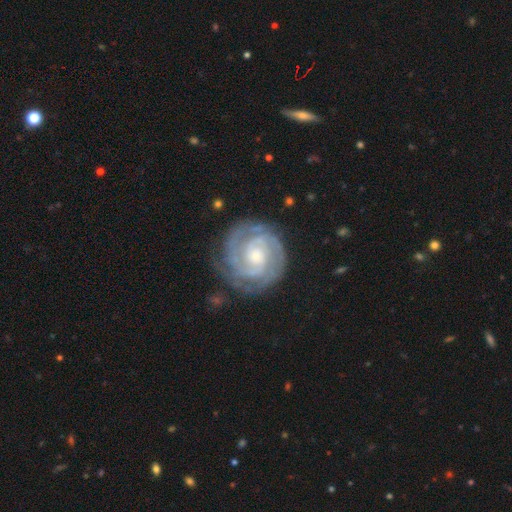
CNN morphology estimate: A featured or disk galaxy (89%) with no bar (65%), 2 (44%) tight (76%) spiral arms (98%) and a small central bulge (55%).

Vote fractions:
- Smooth or featured? featured or disk: 89% / smooth: 6% / star or artifact: 4%
- Edge-on disk? no: 98% / yes: 2%
- Bar? no: 65% / weak: 27% / strong: 7%
- Spiral arms? yes: 98% / no: 2%
- Spiral winding? tight: 76% / medium: 21% / loose: 3%
- Spiral arm count? 2: 44% / 3: 24% / can't tell: 16% / 4: 7% / 1: 5% / more than 4: 5%
- Bulge size? small: 55% / moderate: 38% / large: 3% / none: 3% / dominant: 1%
- Merging? none: 80% / minor disturbance: 14% / major disturbance: 5% / merger: 1%